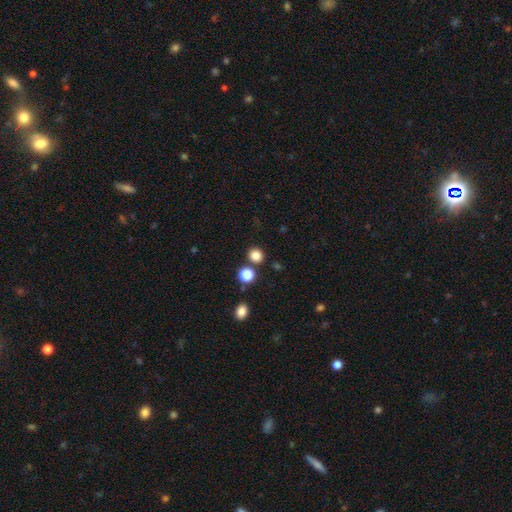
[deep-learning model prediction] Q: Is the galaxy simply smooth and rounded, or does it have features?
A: smooth — 83%.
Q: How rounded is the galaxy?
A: round — 88%.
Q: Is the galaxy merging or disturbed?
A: none — 83%.